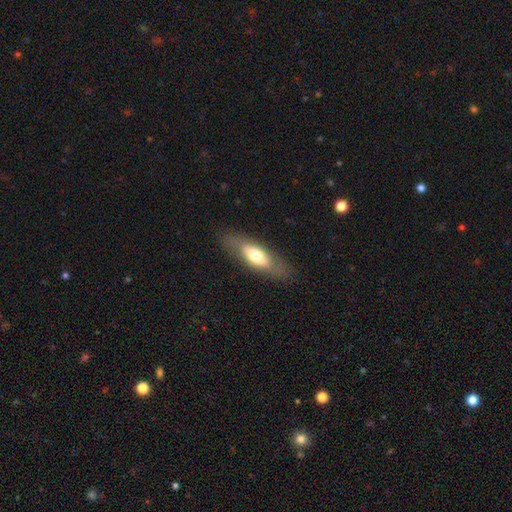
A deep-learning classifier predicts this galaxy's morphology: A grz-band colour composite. It shows a smooth galaxy with no disk features (62%) that is in between round and cigar-shaped (62%). Merging: none (80%).